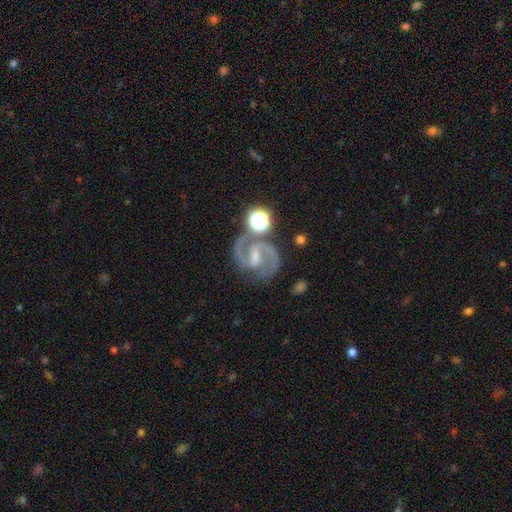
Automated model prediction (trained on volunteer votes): Morphology: type=featured or disk (89%); edge-on=no (98%); bar=weak (48%); spiral arms=yes (98%); winding=medium (67%); arm count=2 (93%); bulge=small (49%); merging=none (73%).